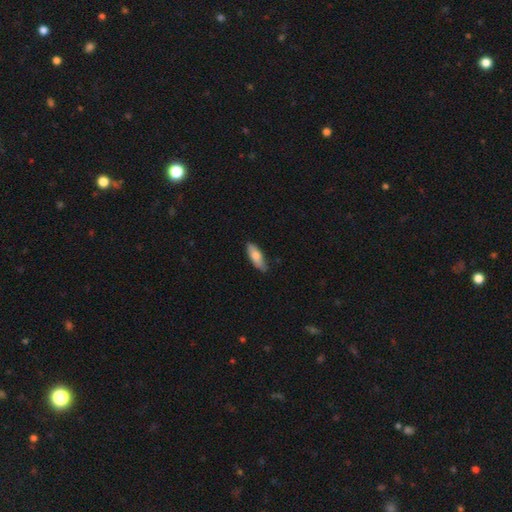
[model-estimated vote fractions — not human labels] Smooth or featured? smooth (77%)
How rounded? in between (64%)
Merging? none (83%)